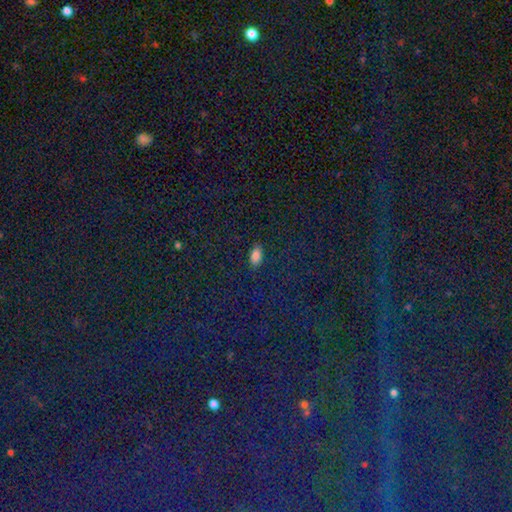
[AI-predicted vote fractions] Smooth or featured? Predicted: smooth (p=0.82). How rounded? Predicted: in between (p=0.92). Merging? Predicted: none (p=0.88).